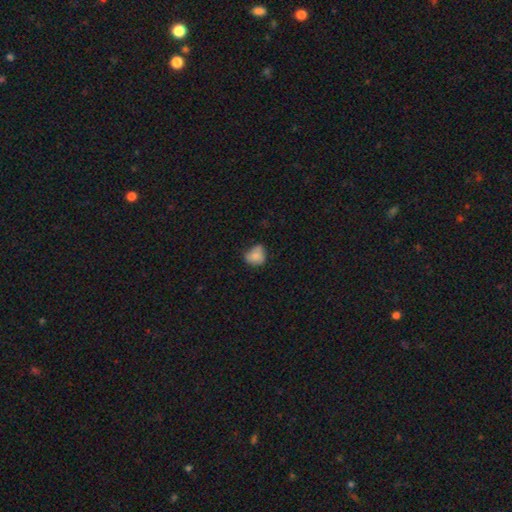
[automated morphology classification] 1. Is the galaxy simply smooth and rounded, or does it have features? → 75% smooth, 15% featured or disk, 9% star or artifact.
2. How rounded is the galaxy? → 57% round, 42% in between, 1% cigar-shaped.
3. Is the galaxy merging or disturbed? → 47% none, 38% minor disturbance, 11% major disturbance, 4% merger.